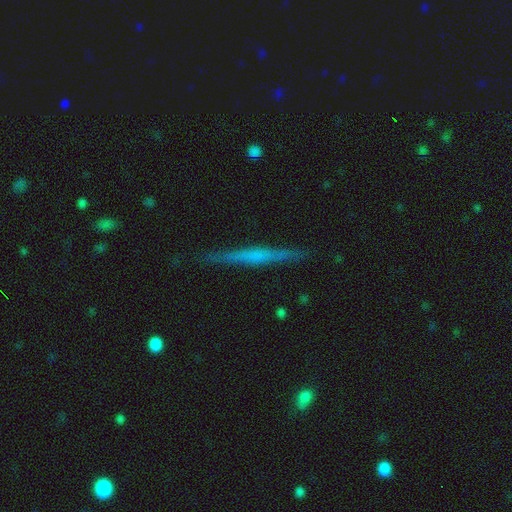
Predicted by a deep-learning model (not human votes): A featured or disk galaxy (65%) viewed edge-on (98%) with no central bulge (53%).

Vote fractions:
- Smooth or featured? featured or disk: 65% / smooth: 28% / star or artifact: 6%
- Edge-on disk? yes: 98% / no: 2%
- Edge-on bulge? none: 53% / rounded: 31% / boxy: 15%
- Merging? none: 90% / minor disturbance: 7% / major disturbance: 2% / merger: 1%